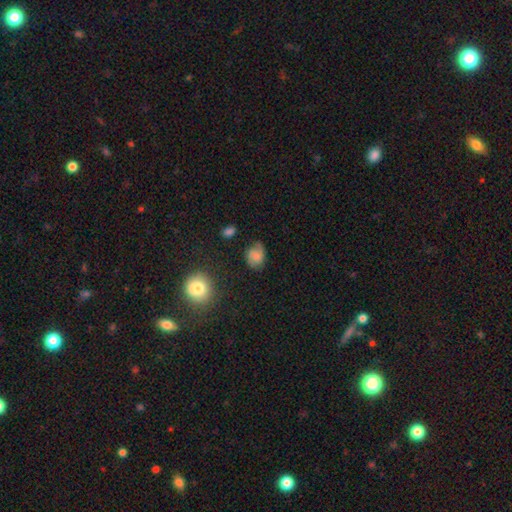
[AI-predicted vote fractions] This is possibly a smooth galaxy (49%). Merging: likely none (65%).